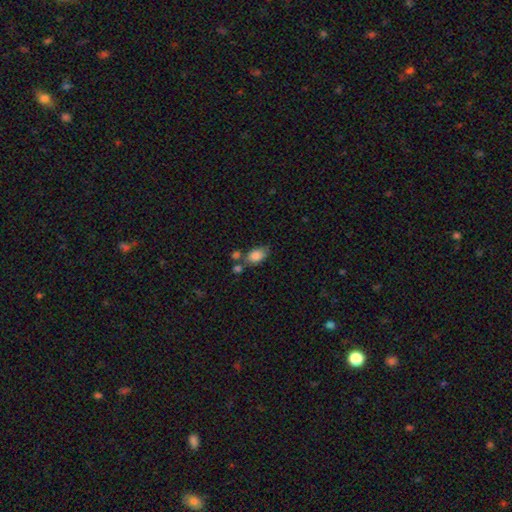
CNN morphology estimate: smooth-or-featured: smooth: 84% | star or artifact: 8% | featured or disk: 7%
  how-rounded: in between: 86% | round: 12% | cigar-shaped: 2%
  merging: none: 48% | merger: 26% | minor disturbance: 19% | major disturbance: 7%